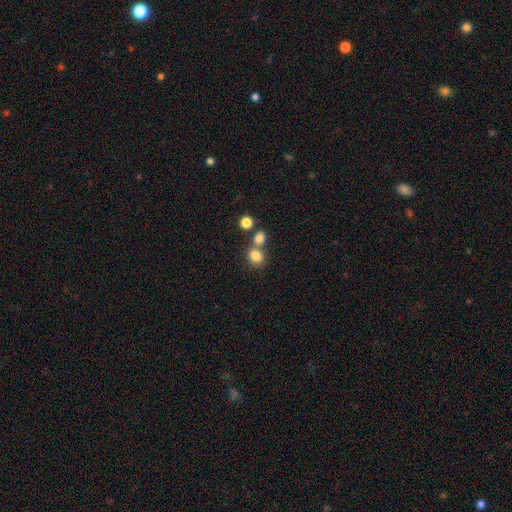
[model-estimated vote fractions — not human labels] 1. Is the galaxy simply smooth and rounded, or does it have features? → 82% smooth, 11% star or artifact, 7% featured or disk.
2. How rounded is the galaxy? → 53% round, 46% in between, 1% cigar-shaped.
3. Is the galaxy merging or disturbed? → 51% none, 35% merger, 10% minor disturbance, 4% major disturbance.